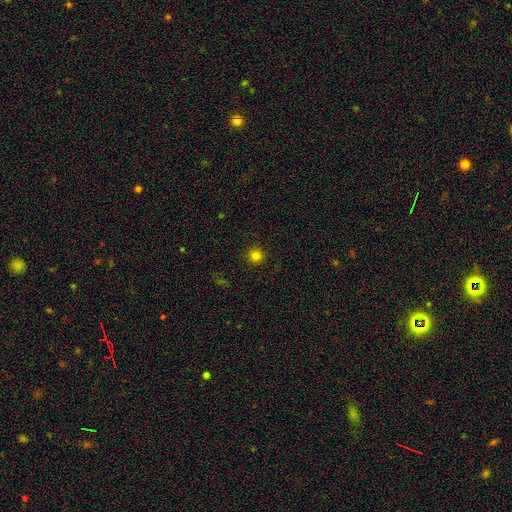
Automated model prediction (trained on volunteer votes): A smooth galaxy with no disk features (80%) that is round (96%).

Vote fractions:
- Smooth or featured? smooth: 80% / star or artifact: 15% / featured or disk: 5%
- How rounded? round: 96% / in between: 3% / cigar-shaped: 1%
- Merging? none: 92% / minor disturbance: 5% / major disturbance: 2% / merger: 1%